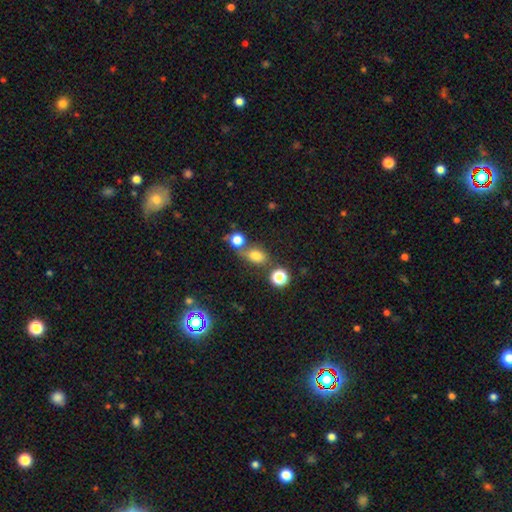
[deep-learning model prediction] This is likely a smooth galaxy (73%). How rounded: likely in between (66%). Merging: possibly none (52%).